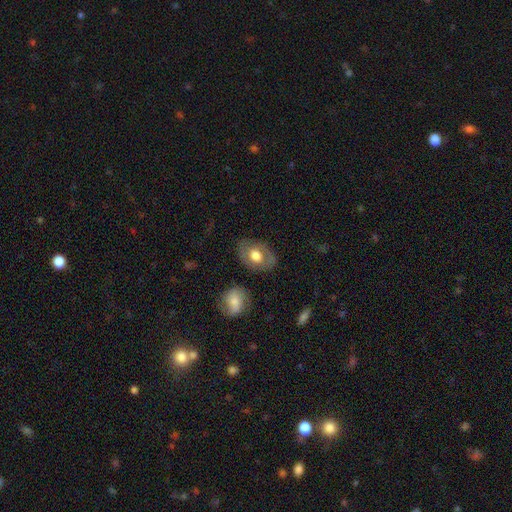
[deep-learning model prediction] Smooth or featured? smooth (57%)
How rounded? in between (75%)
Merging? none (78%)